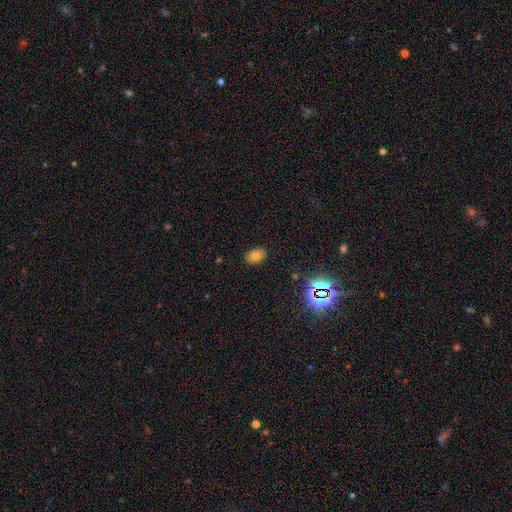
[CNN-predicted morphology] Smooth or featured?
  - smooth: 75% *
  - star or artifact: 14%
  - featured or disk: 11%
How rounded?
  - in between: 81% *
  - round: 17%
  - cigar-shaped: 1%
Merging?
  - none: 85% *
  - minor disturbance: 11%
  - major disturbance: 3%
  - merger: 1%